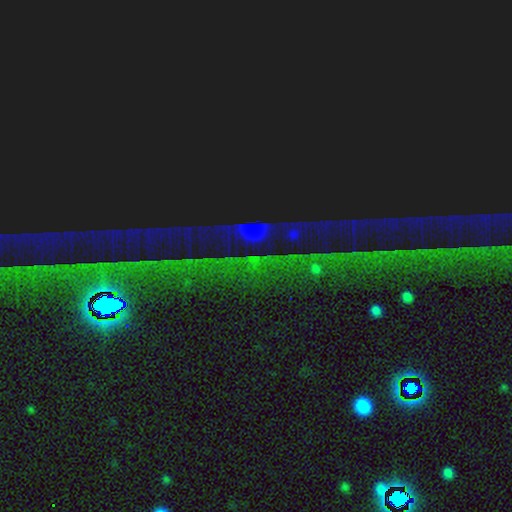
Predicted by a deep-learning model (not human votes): Morphology: type=star or artifact (85%).